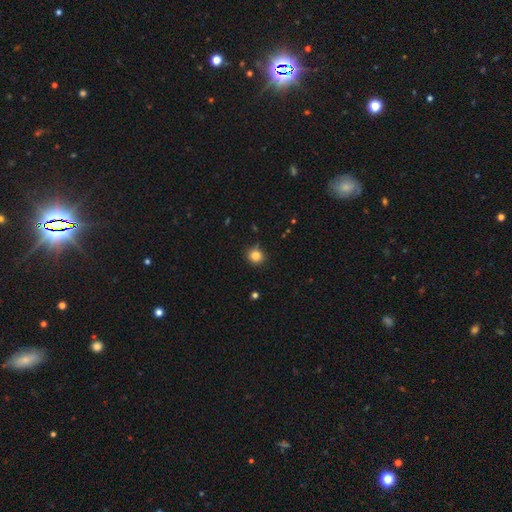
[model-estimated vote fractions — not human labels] smooth-or-featured: smooth: 83% | star or artifact: 12% | featured or disk: 5%
  how-rounded: round: 91% | in between: 8% | cigar-shaped: 1%
  merging: none: 88% | minor disturbance: 9% | major disturbance: 2% | merger: 1%